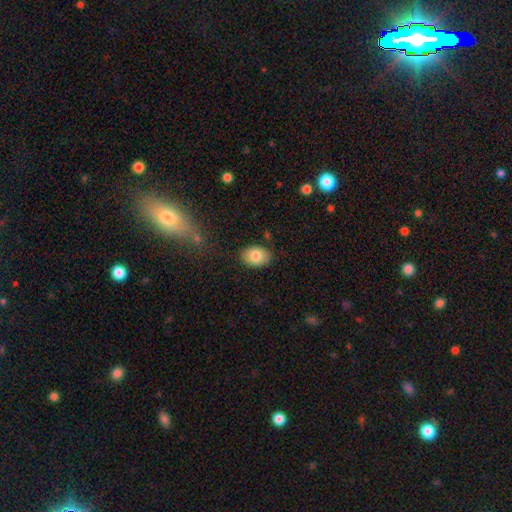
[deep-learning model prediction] smooth 82%, featured or disk 11%, star or artifact 7%. Down the decision tree: how rounded — in between (79%); merging — none (86%).